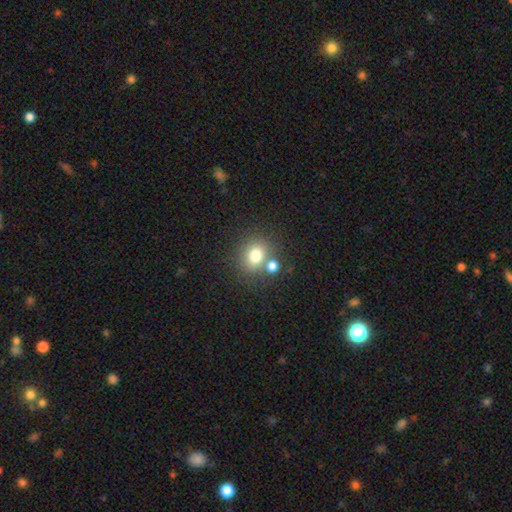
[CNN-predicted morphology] A smooth galaxy with no disk features (77%) that is round (72%). Merging: none (65%).